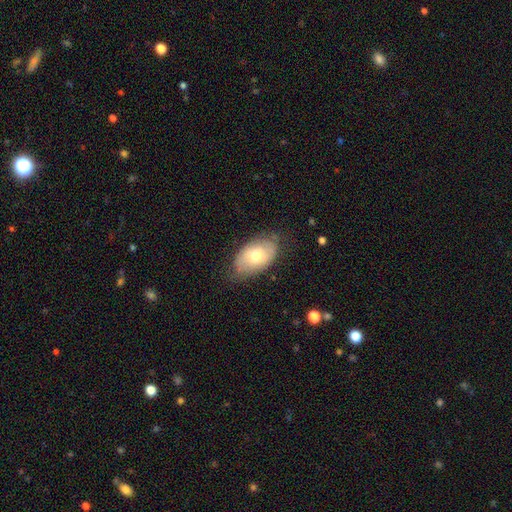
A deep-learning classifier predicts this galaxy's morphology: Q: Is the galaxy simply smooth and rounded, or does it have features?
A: smooth — 68%.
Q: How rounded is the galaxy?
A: in between — 92%.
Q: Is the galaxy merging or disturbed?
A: none — 71%.